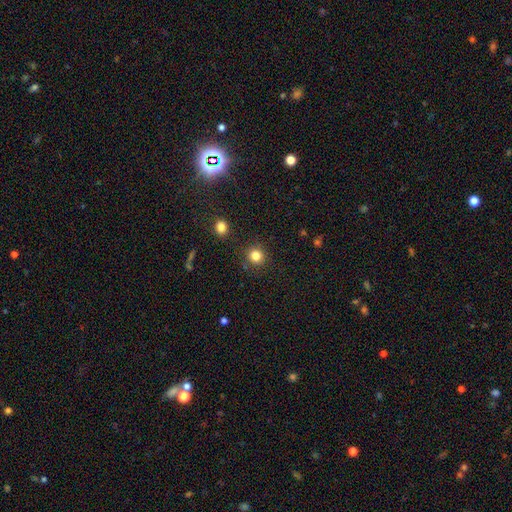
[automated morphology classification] Overall: smooth (82%). How rounded: round (90%). Merging: none (88%).